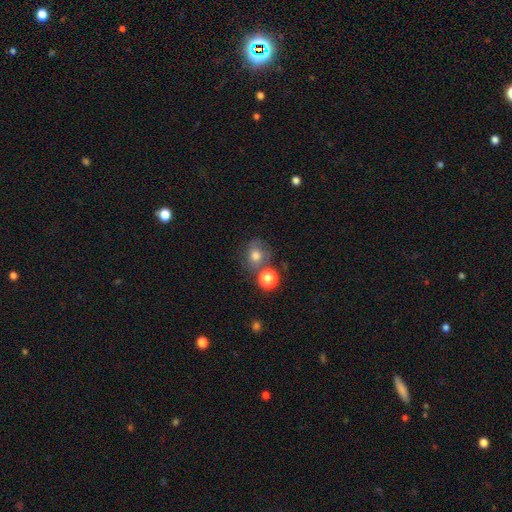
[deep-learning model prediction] Smooth or featured? smooth (68%)
How rounded? round (69%)
Merging? none (56%)